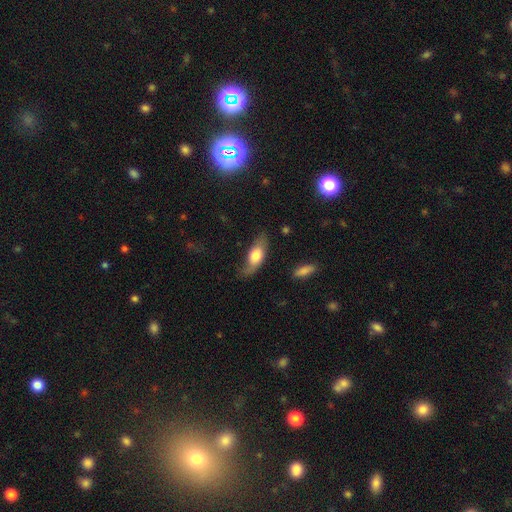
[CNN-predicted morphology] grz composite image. It shows a smooth galaxy with no disk features (65%) that is in between round and cigar-shaped (77%). Merging: none (56%).